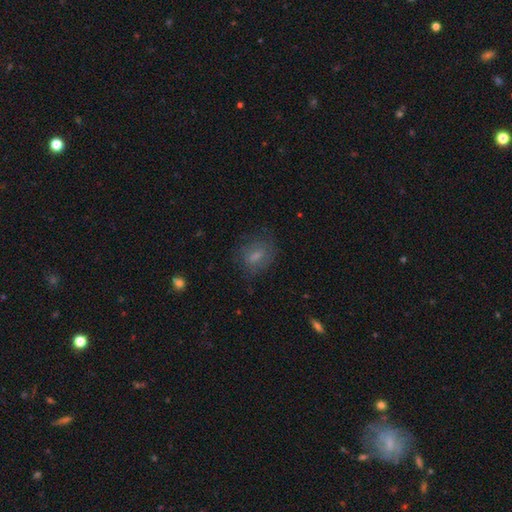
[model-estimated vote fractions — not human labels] A smooth galaxy with no disk features (59%) that is in between round and cigar-shaped (61%).

Vote fractions:
- Smooth or featured? smooth: 59% / featured or disk: 28% / star or artifact: 13%
- How rounded? in between: 61% / round: 33% / cigar-shaped: 6%
- Merging? none: 69% / minor disturbance: 19% / major disturbance: 11% / merger: 2%